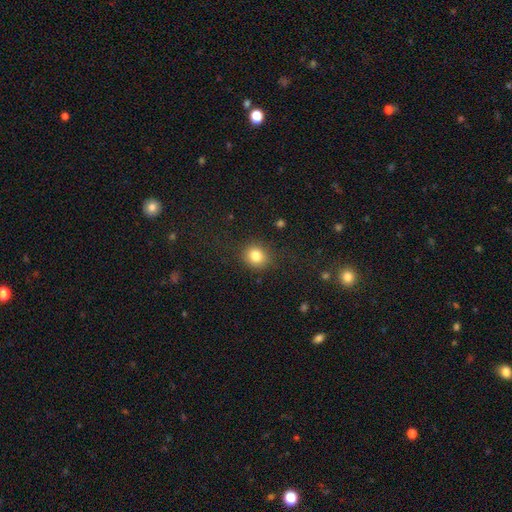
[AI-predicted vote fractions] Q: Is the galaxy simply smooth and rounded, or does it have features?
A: smooth — 83%.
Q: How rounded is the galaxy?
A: round — 78%.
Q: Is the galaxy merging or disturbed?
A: none — 85%.